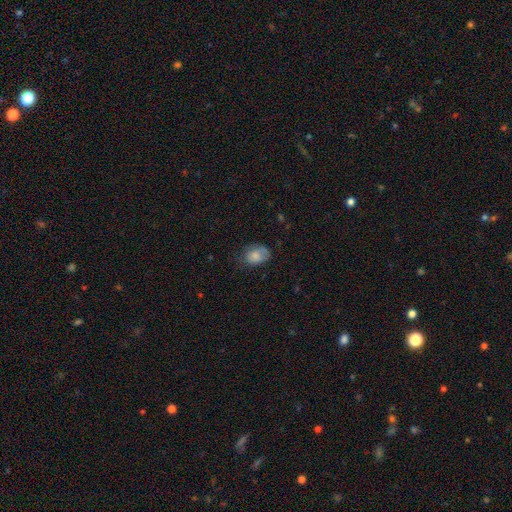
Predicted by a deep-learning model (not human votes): Smooth or featured? Predicted: smooth (p=0.77). How rounded? Predicted: in between (p=0.75). Merging? Predicted: none (p=0.53).